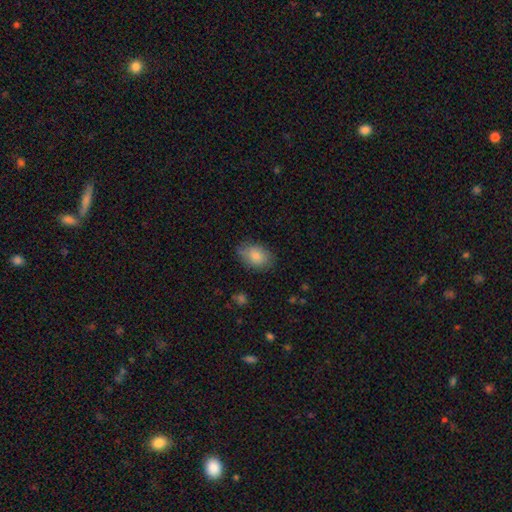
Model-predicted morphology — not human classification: Smooth or featured: smooth — 79% (featured or disk — 13%)
How rounded: in between — 83% (round — 16%)
Merging: none — 78% (minor disturbance — 17%)